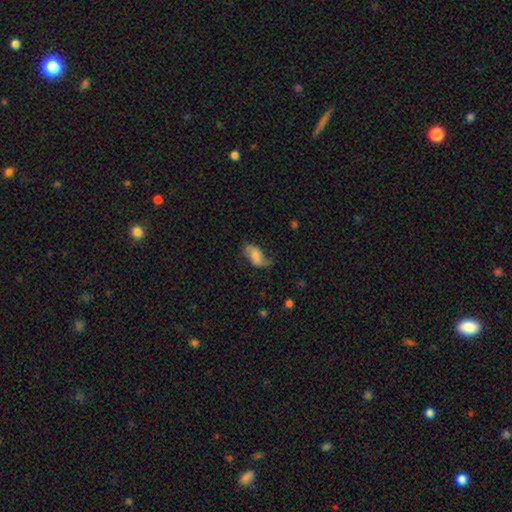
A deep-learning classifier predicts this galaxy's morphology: Smooth or featured? featured or disk (49%)
Merging? none (54%)